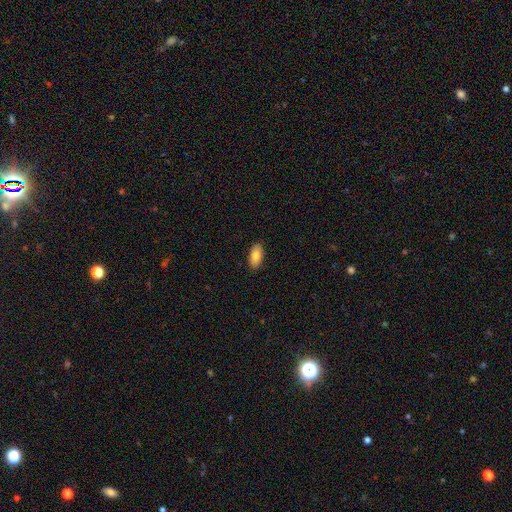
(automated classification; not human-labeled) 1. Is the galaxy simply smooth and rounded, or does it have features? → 82% smooth, 11% featured or disk, 7% star or artifact.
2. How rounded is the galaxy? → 91% in between, 6% cigar-shaped, 2% round.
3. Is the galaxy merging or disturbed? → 89% none, 8% minor disturbance, 2% major disturbance, 1% merger.